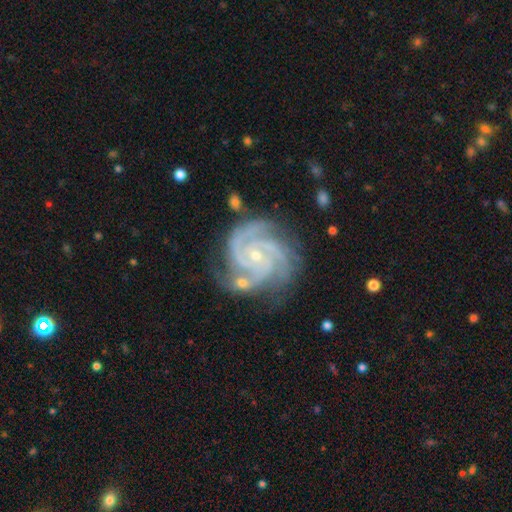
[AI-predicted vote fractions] Smooth or featured? Predicted: featured or disk (p=0.93). Edge-on disk? Predicted: no (p=0.98). Bar? Predicted: no (p=0.72). Spiral arms? Predicted: yes (p=0.99). Spiral winding? Predicted: tight (p=0.71). Spiral arm count? Predicted: 3 (p=0.52). Bulge size? Predicted: small (p=0.75). Merging? Predicted: none (p=0.68).